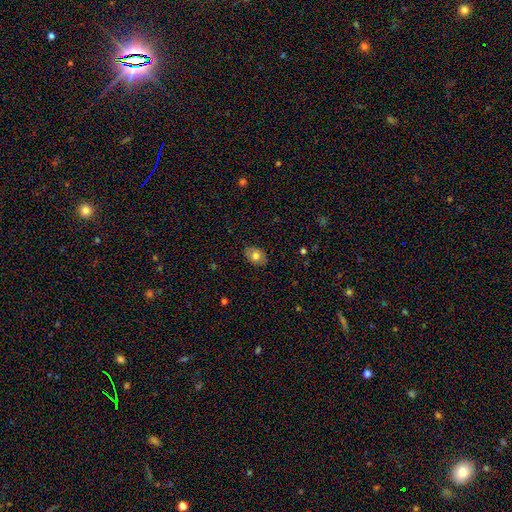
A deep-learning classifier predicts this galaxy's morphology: A smooth galaxy with no disk features (75%) that is in between round and cigar-shaped (79%). Merging: none (84%).